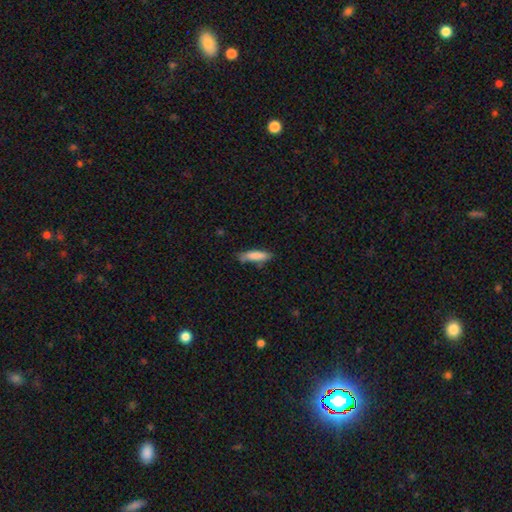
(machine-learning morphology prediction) smooth-or-featured: smooth: 83% | featured or disk: 11% | star or artifact: 6%
  how-rounded: cigar-shaped: 71% | in between: 28% | round: 1%
  merging: none: 70% | minor disturbance: 22% | major disturbance: 4% | merger: 3%